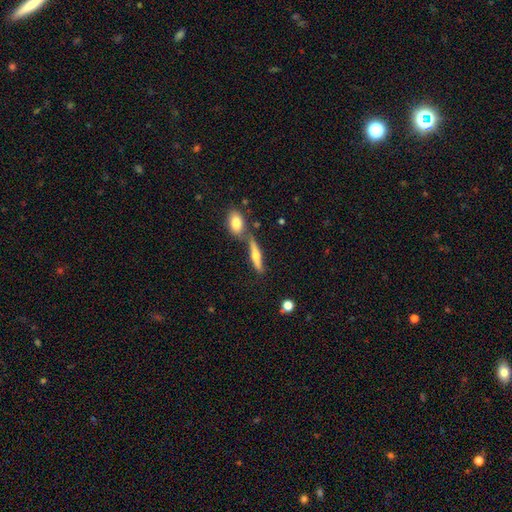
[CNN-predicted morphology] A featured or disk galaxy (50%) viewed edge-on (90%). Merging: none (57%).